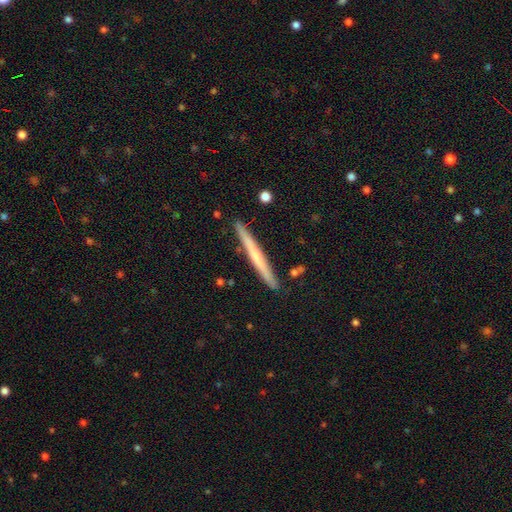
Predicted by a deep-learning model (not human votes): A featured or disk galaxy (47%, tied with smooth). Merging: none (90%).